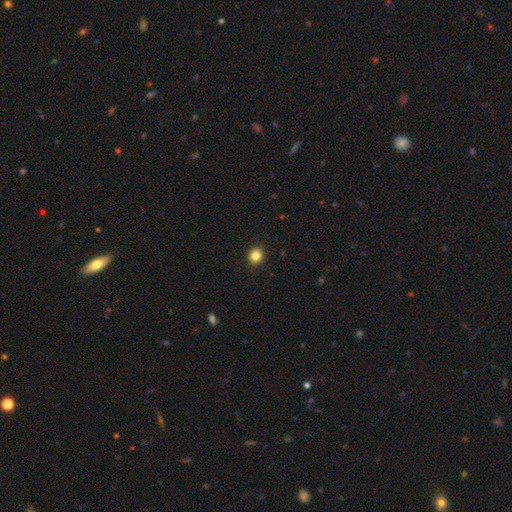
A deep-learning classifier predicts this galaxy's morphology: The model was most divided on "how rounded": round: 86%, in between: 13%, cigar-shaped: 1%. More confident: merging — none (92%); smooth or featured — smooth (84%).